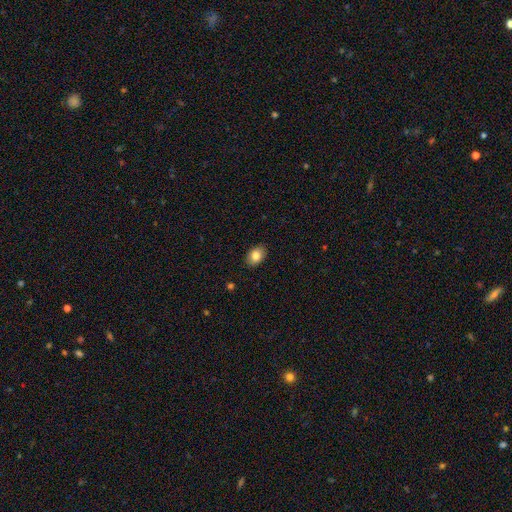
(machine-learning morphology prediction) smooth 84%, featured or disk 8%, star or artifact 8%. Down the decision tree: how rounded — in between (80%); merging — none (89%).